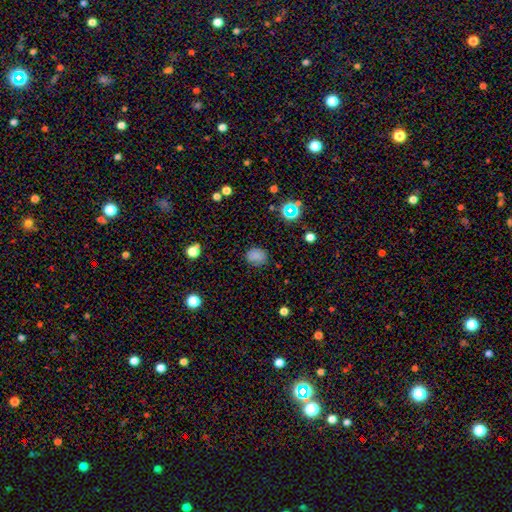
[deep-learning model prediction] smooth 80%, star or artifact 14%, featured or disk 6%. Down the decision tree: how rounded — round (60%); merging — none (80%).